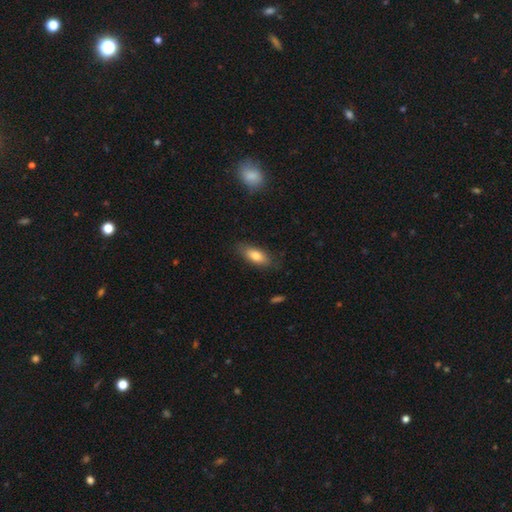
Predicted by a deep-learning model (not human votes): Smooth or featured: smooth — 77% (featured or disk — 16%)
How rounded: in between — 77% (cigar-shaped — 20%)
Merging: none — 82% (minor disturbance — 14%)